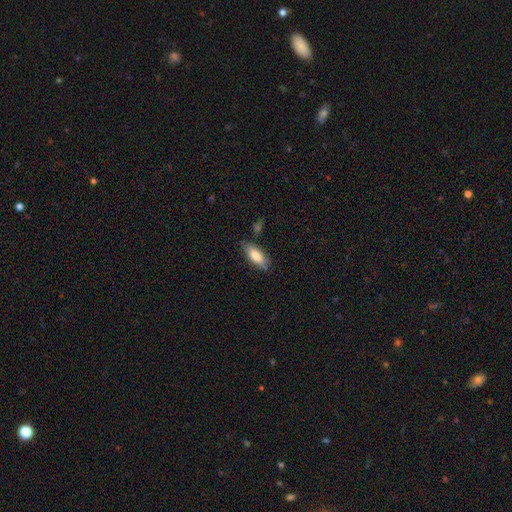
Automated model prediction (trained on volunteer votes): smooth 80%, featured or disk 14%, star or artifact 6%. Down the decision tree: how rounded — in between (77%); merging — none (76%).